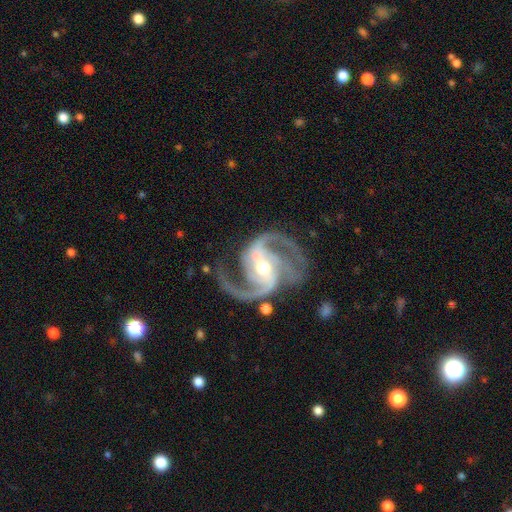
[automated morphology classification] Smooth or featured: featured or disk — 94% (star or artifact — 4%)
Edge-on disk: no — 98% (yes — 2%)
Bar: weak — 38% (strong — 32%)
Spiral arms: yes — 99% (no — 1%)
Spiral winding: medium — 61% (loose — 21%)
Spiral arm count: 2 — 68% (3 — 19%)
Bulge size: moderate — 67% (small — 25%)
Merging: none — 69% (minor disturbance — 16%)